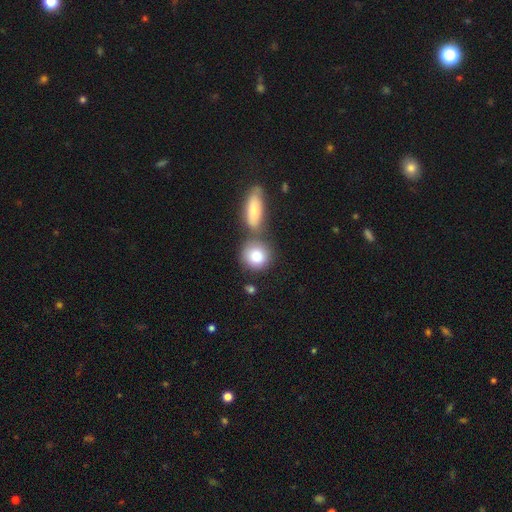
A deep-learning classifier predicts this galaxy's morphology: The model was most divided on "merging": none: 55%, merger: 31%, minor disturbance: 10%, major disturbance: 4%. More confident: smooth or featured — smooth (83%); how rounded — round (79%).